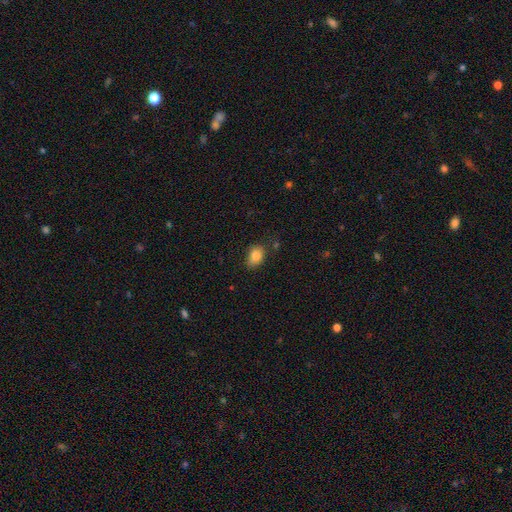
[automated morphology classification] A smooth galaxy with no disk features (86%) that is in between round and cigar-shaped (81%).

Vote fractions:
- Smooth or featured? smooth: 86% / star or artifact: 9% / featured or disk: 5%
- How rounded? in between: 81% / round: 18% / cigar-shaped: 1%
- Merging? none: 66% / minor disturbance: 24% / major disturbance: 6% / merger: 3%